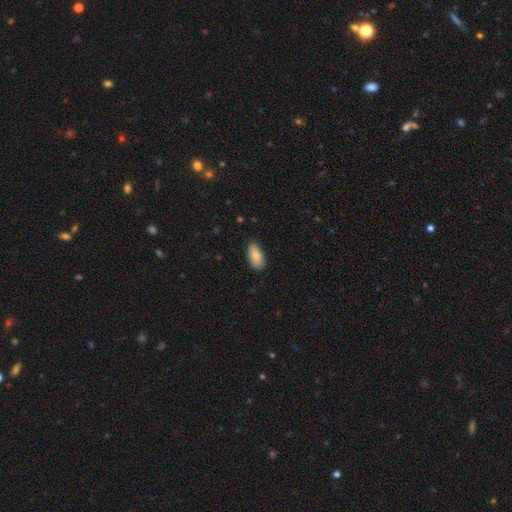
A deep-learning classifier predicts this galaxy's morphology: Smooth or featured? smooth (84%)
How rounded? in between (93%)
Merging? none (82%)